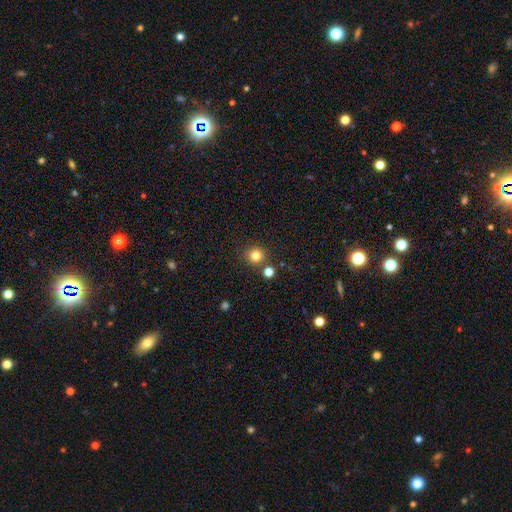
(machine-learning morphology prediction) A smooth galaxy with no disk features (81%) that is round (92%).

Vote fractions:
- Smooth or featured? smooth: 81% / star or artifact: 13% / featured or disk: 6%
- How rounded? round: 92% / in between: 7% / cigar-shaped: 1%
- Merging? none: 83% / merger: 7% / minor disturbance: 7% / major disturbance: 3%